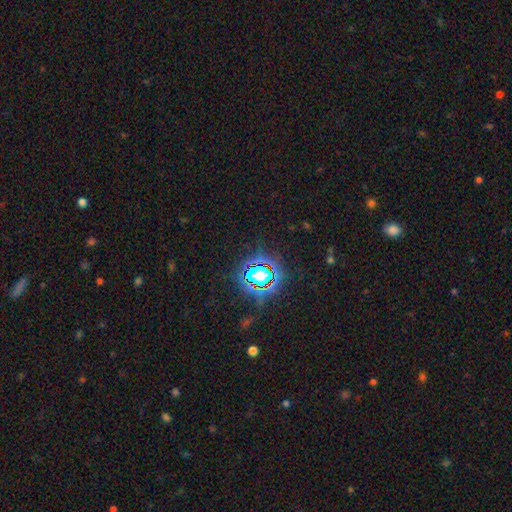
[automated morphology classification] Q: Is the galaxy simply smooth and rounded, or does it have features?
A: star or artifact — 84%.